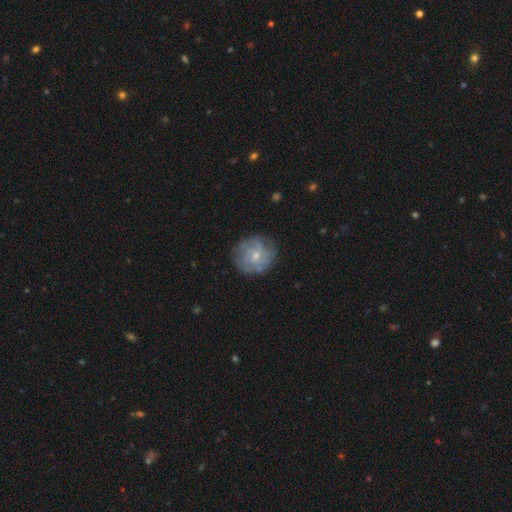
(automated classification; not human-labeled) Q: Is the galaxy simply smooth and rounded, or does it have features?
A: featured or disk — 58%.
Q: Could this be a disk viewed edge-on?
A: no — 97%.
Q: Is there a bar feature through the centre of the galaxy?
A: no — 67%.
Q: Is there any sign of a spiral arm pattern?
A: yes — 70%.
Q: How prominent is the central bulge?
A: small — 64%.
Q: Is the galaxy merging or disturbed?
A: none — 76%.